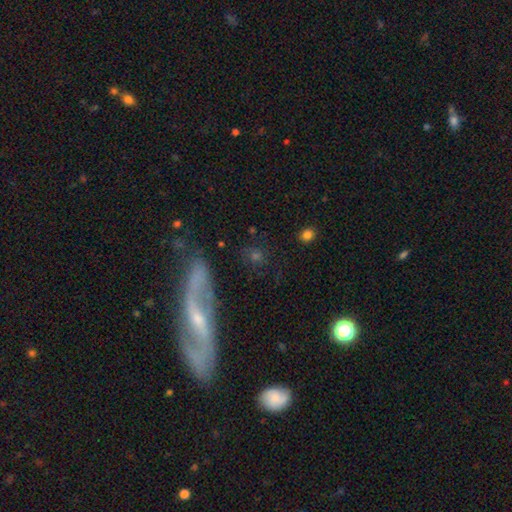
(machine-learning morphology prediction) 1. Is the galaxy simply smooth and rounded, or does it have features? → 43% smooth, 41% featured or disk, 17% star or artifact.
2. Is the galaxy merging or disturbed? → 67% none, 15% minor disturbance, 10% major disturbance, 8% merger.